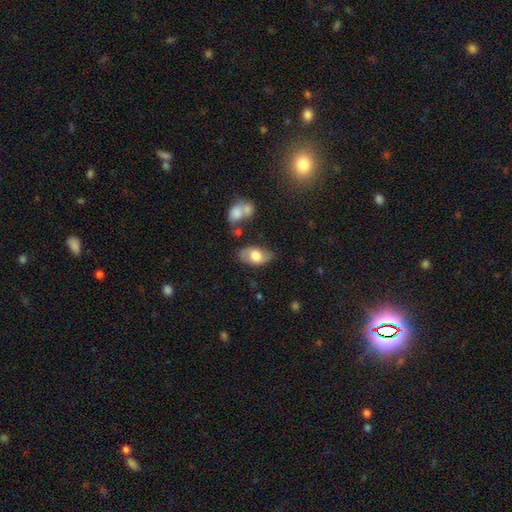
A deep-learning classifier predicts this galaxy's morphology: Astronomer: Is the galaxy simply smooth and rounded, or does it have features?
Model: smooth — 55% (runner-up: featured or disk, 38%).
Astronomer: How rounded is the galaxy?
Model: in between — 91%.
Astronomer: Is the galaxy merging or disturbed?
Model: none — 69%.